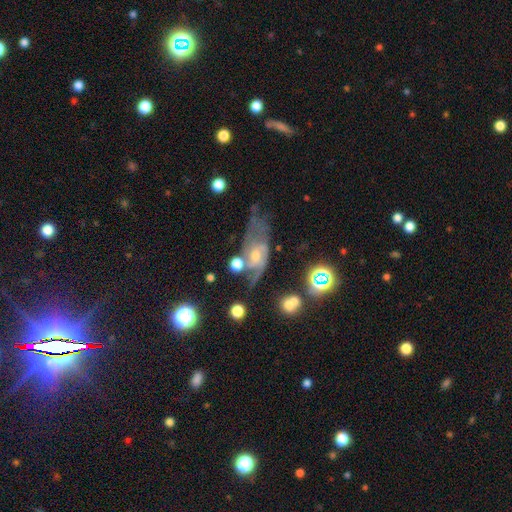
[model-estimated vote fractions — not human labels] Morphology: type=featured or disk (72%); edge-on=no (92%); bar=no (60%); spiral arms=yes (84%); winding=medium (42%); arm count=2 (58%); bulge=small (46%); merging=none (35%).